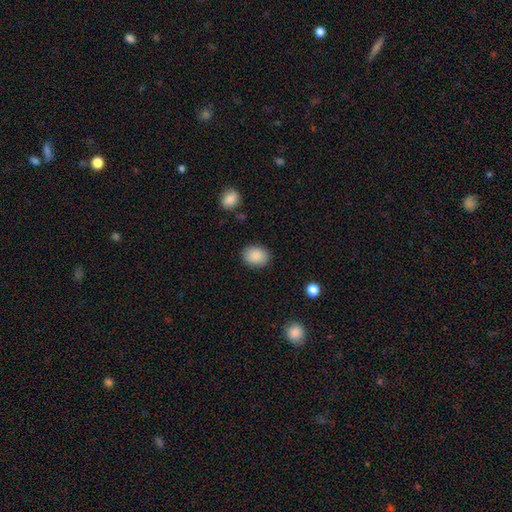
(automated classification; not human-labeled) Smooth or featured?
  - smooth: 89% *
  - star or artifact: 7%
  - featured or disk: 4%
How rounded?
  - in between: 61% *
  - round: 38%
  - cigar-shaped: 1%
Merging?
  - none: 86% *
  - minor disturbance: 9%
  - major disturbance: 3%
  - merger: 1%